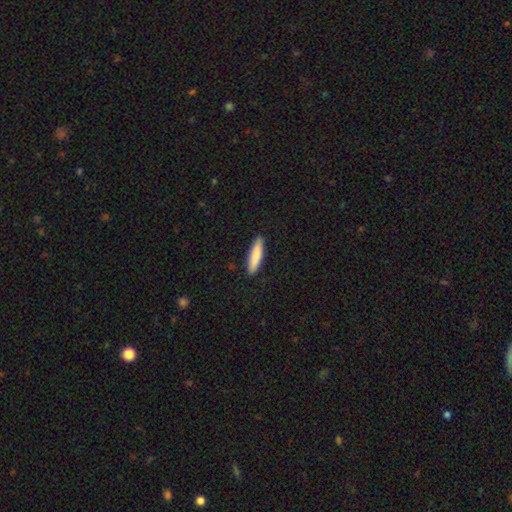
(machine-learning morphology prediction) Smooth or featured? Predicted: smooth (p=0.85). How rounded? Predicted: cigar-shaped (p=0.78). Merging? Predicted: none (p=0.90).